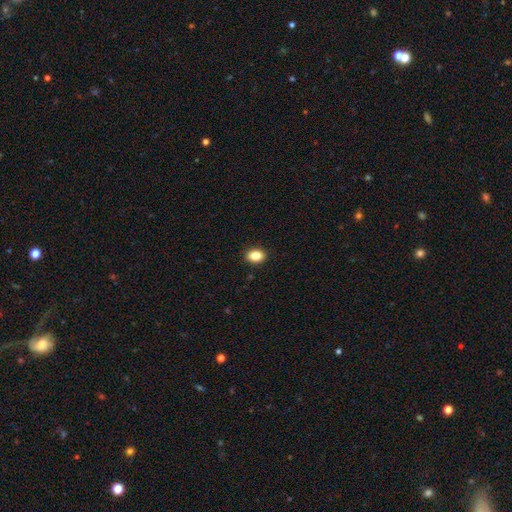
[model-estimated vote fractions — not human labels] Smooth or featured? smooth (85%)
How rounded? in between (76%)
Merging? none (90%)